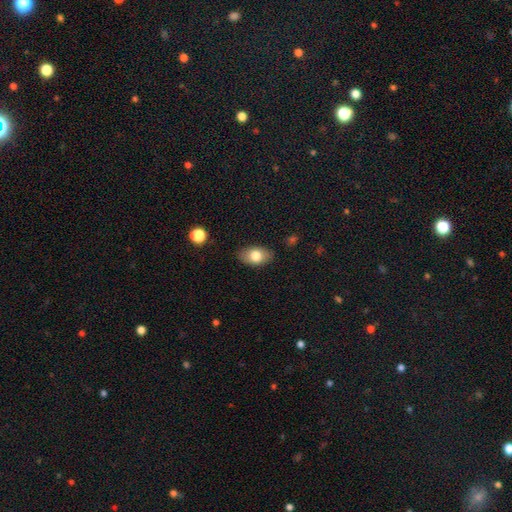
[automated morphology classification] type=smooth (78%); roundness=in between (89%); merging=none (85%).